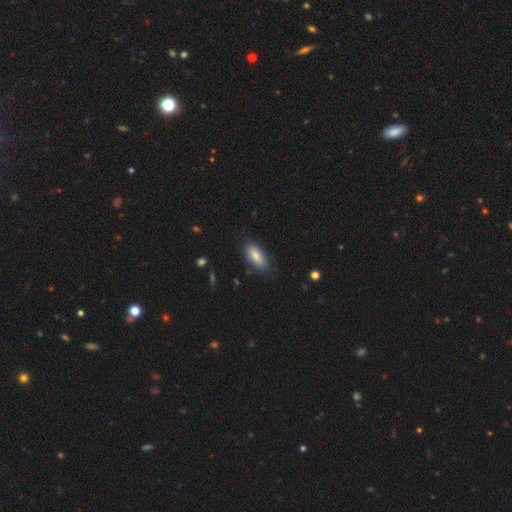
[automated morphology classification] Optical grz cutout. It shows a smooth galaxy with no disk features (81%) that is in between round and cigar-shaped (83%). Merging: none (78%).